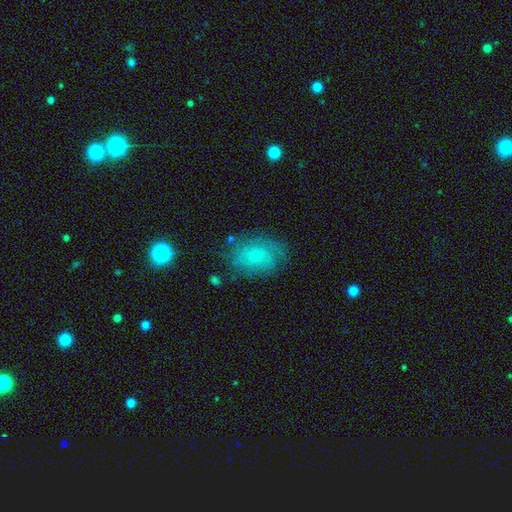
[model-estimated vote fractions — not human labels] Q: Smooth or featured?
A: smooth (56%); runner-up: featured or disk (34%)
Q: How rounded?
A: in between (72%); runner-up: round (26%)
Q: Merging?
A: none (69%); runner-up: minor disturbance (21%)